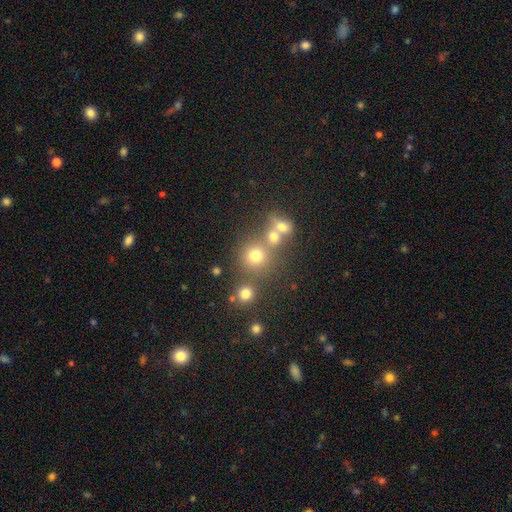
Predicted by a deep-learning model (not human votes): A smooth galaxy with no disk features (73%) that is round (88%). Merging: none (59%).